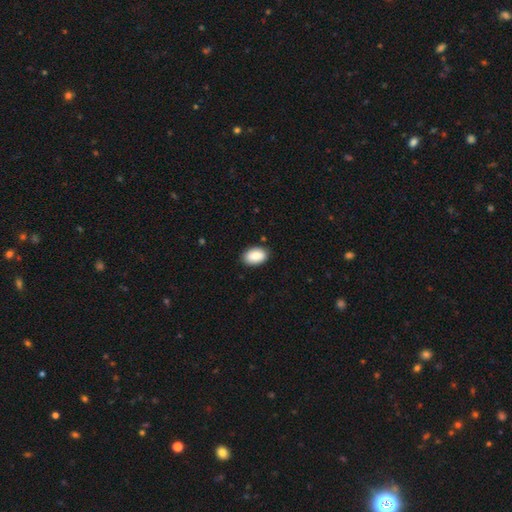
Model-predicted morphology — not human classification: This appears to be a smooth galaxy with no disk features (86%) that is in between round and cigar-shaped (90%). Merging: none (88%).